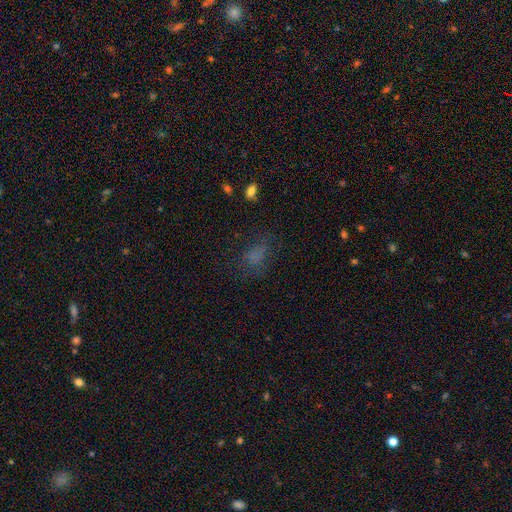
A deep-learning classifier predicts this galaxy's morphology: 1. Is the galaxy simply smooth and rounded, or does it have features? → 60% smooth, 23% star or artifact, 18% featured or disk.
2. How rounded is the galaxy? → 72% in between, 25% round, 3% cigar-shaped.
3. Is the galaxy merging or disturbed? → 53% none, 24% major disturbance, 21% minor disturbance, 3% merger.